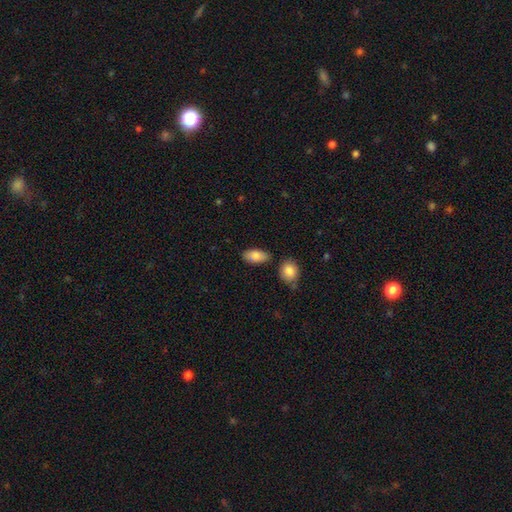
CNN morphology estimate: type=smooth (86%); roundness=in between (92%); merging=none (78%).